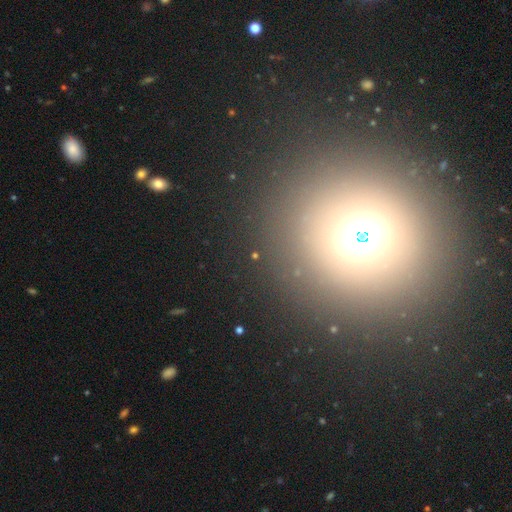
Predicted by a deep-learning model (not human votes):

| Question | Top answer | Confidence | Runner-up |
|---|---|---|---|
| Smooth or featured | star or artifact | 62% | smooth (26%) |